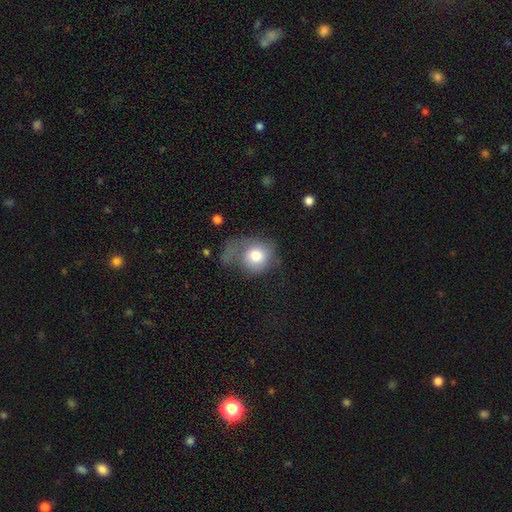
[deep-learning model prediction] Smooth or featured? Predicted: smooth (p=0.73). How rounded? Predicted: round (p=0.71). Merging? Predicted: major disturbance (p=0.46).